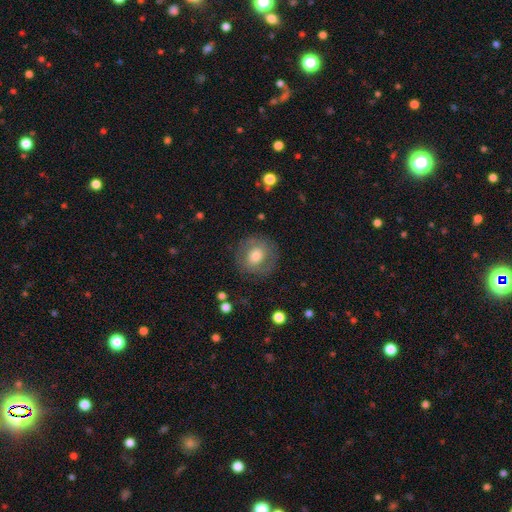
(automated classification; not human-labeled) Smooth or featured?
  - smooth: 59% *
  - featured or disk: 33%
  - star or artifact: 8%
How rounded?
  - round: 86% *
  - in between: 13%
  - cigar-shaped: 1%
Merging?
  - none: 82% *
  - minor disturbance: 11%
  - major disturbance: 6%
  - merger: 1%